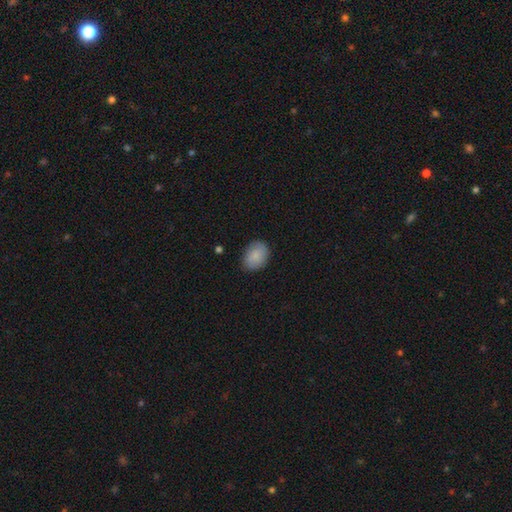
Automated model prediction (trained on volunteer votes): Smooth or featured? Predicted: smooth (p=0.83). How rounded? Predicted: in between (p=0.67). Merging? Predicted: none (p=0.80).